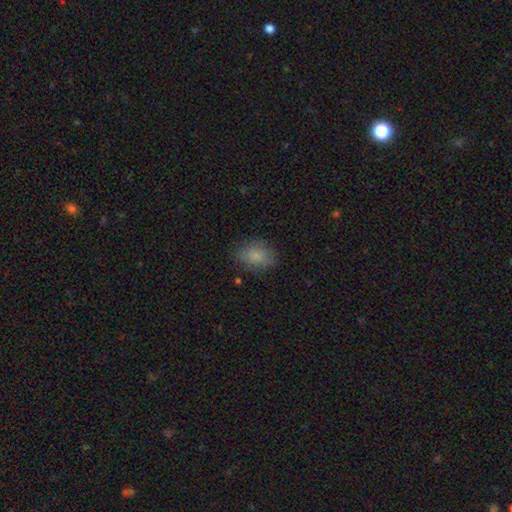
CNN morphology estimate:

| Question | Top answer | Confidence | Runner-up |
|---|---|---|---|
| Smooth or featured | smooth | 84% | star or artifact (8%) |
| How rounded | in between | 71% | round (27%) |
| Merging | none | 79% | minor disturbance (16%) |